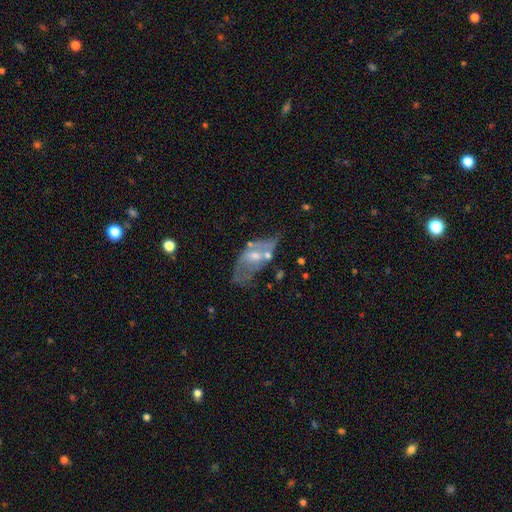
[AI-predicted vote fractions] Smooth or featured?
  - featured or disk: 64% *
  - smooth: 27%
  - star or artifact: 9%
Edge-on disk?
  - no: 90% *
  - yes: 10%
Bar?
  - no: 56% *
  - weak: 34%
  - strong: 10%
Spiral arms?
  - no: 56% *
  - yes: 44%
Bulge size?
  - small: 45% *
  - moderate: 43%
  - none: 8%
  - large: 3%
  - dominant: 1%
Merging?
  - none: 32% *
  - major disturbance: 25%
  - minor disturbance: 24%
  - merger: 18%